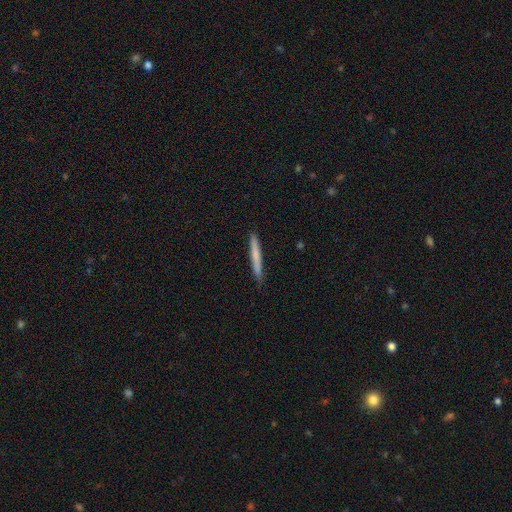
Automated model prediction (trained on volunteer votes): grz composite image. It shows a smooth galaxy with no disk features (66%) that is cigar-shaped (96%). Merging: none (89%).